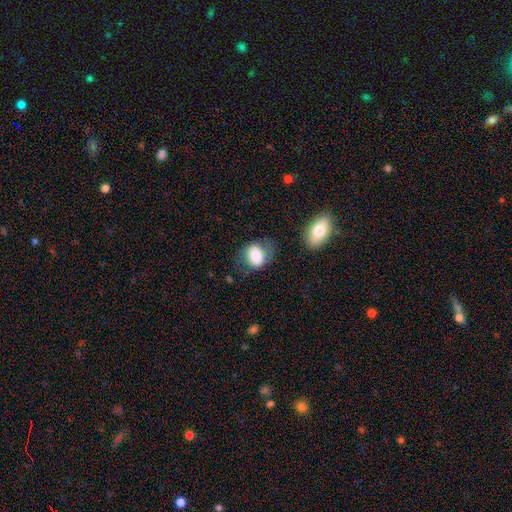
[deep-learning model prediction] Overall: smooth (78%). How rounded: in between (60%; round 39%). Merging: none (53%; minor disturbance 28%).